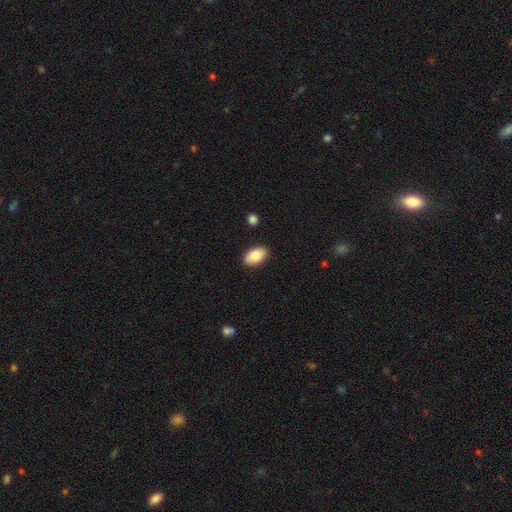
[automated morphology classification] A smooth galaxy with no disk features (83%) that is in between round and cigar-shaped (93%). Merging: none (87%).